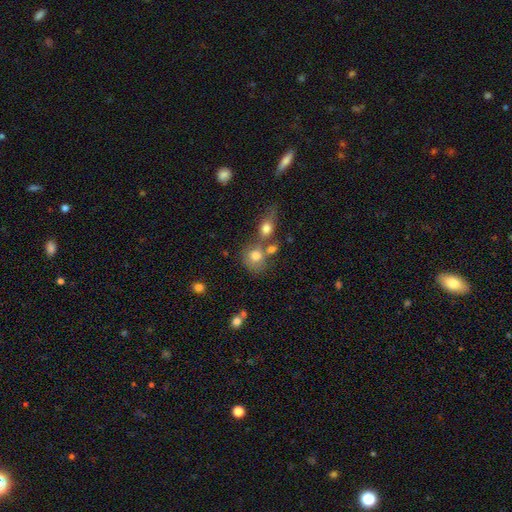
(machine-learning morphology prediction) smooth_or_featured: smooth (p=0.76) [alt: featured or disk p=0.13]
how_rounded: round (p=0.71) [alt: in between p=0.27]
merging: none (p=0.43) [alt: merger p=0.39]